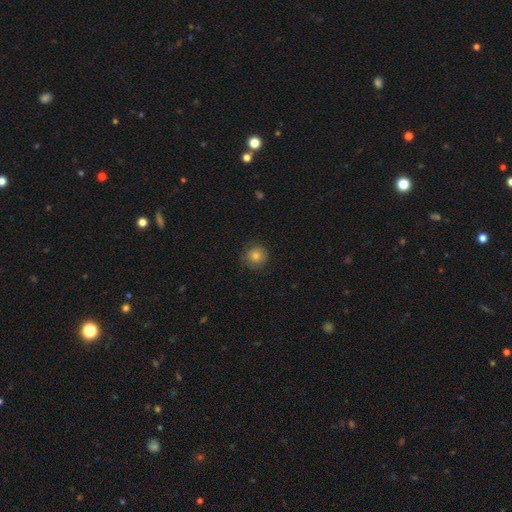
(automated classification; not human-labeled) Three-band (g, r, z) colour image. It shows a smooth galaxy with no disk features (80%) that is round (91%). Merging: none (84%).